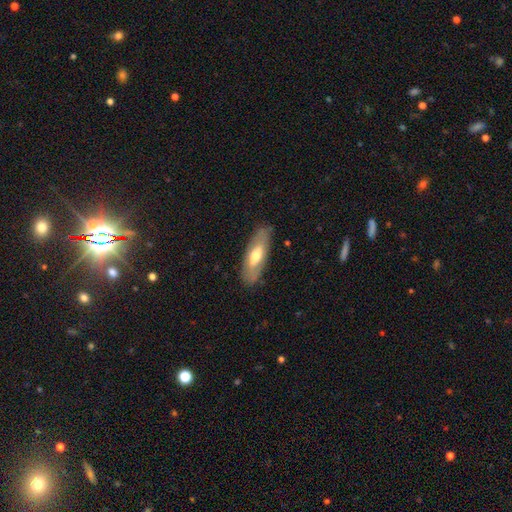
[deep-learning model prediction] The model was most divided on "smooth or featured": smooth: 56%, featured or disk: 38%, star or artifact: 6%. More confident: merging — none (83%); how rounded — in between (63%).